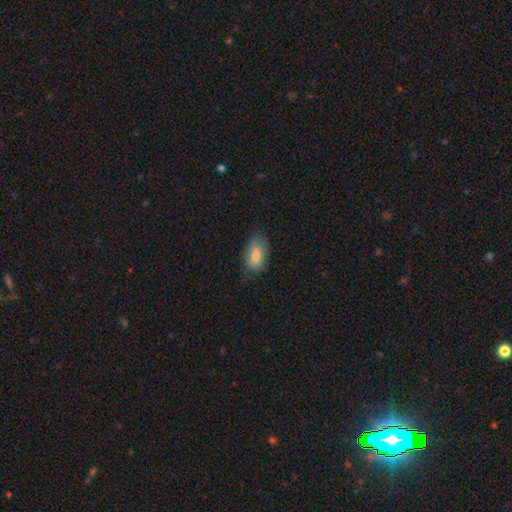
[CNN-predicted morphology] A smooth galaxy with no disk features (76%) that is in between round and cigar-shaped (90%).

Vote fractions:
- Smooth or featured? smooth: 76% / featured or disk: 16% / star or artifact: 8%
- How rounded? in between: 90% / round: 5% / cigar-shaped: 5%
- Merging? none: 72% / minor disturbance: 22% / major disturbance: 5% / merger: 1%